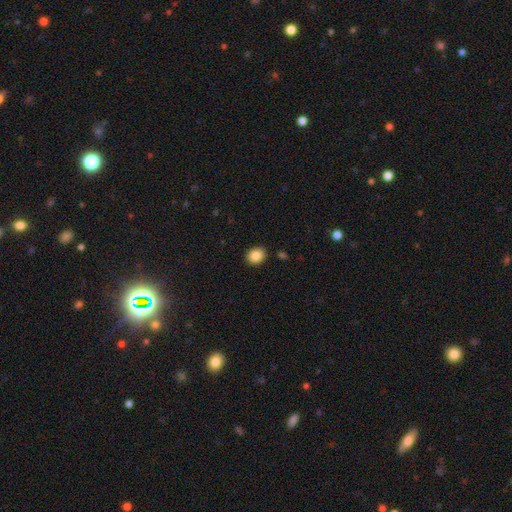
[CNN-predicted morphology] A smooth galaxy with no disk features (86%) that is round (62%). Merging: none (90%).